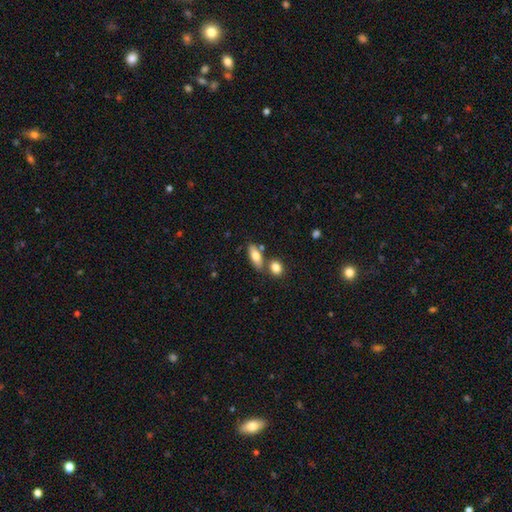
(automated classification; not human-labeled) Smooth or featured? Predicted: smooth (p=0.75). How rounded? Predicted: in between (p=0.73). Merging? Predicted: none (p=0.65).